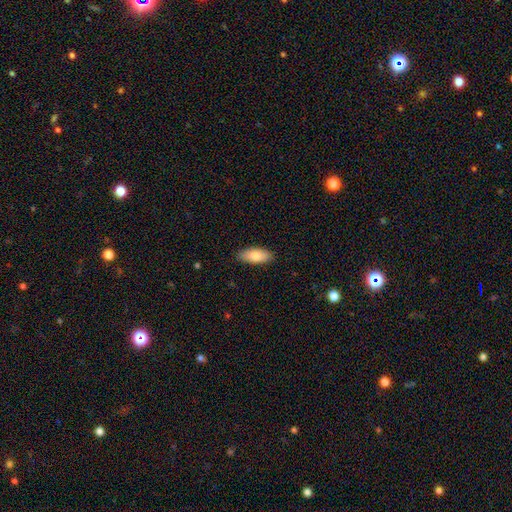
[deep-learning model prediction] The model was most divided on "smooth or featured": smooth: 80%, featured or disk: 14%, star or artifact: 6%. More confident: merging — none (88%); how rounded — in between (83%).